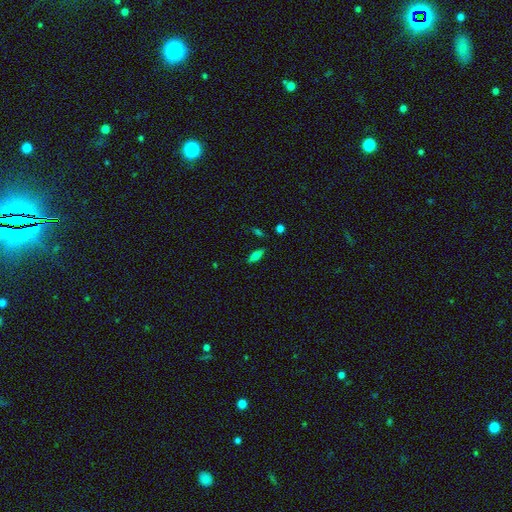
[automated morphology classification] type=smooth (66%); roundness=in between (67%); merging=none (83%).